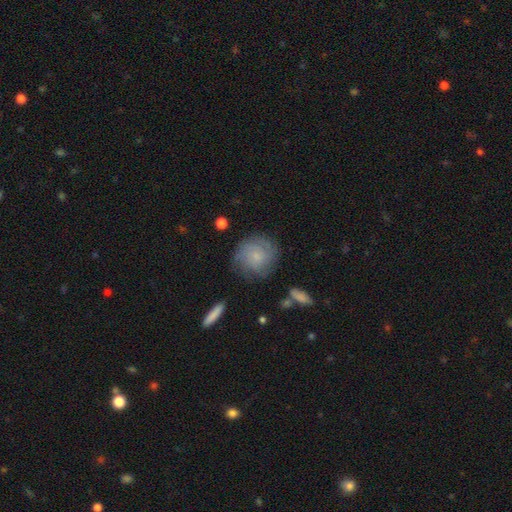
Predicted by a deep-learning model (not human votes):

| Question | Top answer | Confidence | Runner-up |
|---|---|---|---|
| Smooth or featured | smooth | 54% | featured or disk (38%) |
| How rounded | round | 87% | in between (12%) |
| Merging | none | 72% | minor disturbance (18%) |